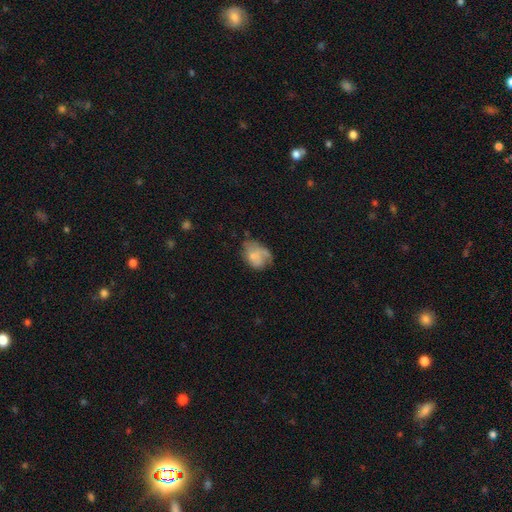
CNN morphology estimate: smooth 52%, featured or disk 40%, star or artifact 8%. Down the decision tree: how rounded — in between (71%); merging — none (35%).